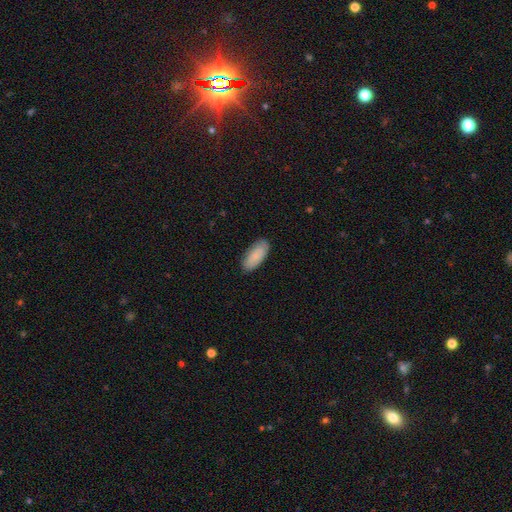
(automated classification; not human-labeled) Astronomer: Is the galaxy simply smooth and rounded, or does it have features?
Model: smooth — 83%.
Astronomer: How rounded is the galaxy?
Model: in between — 89%.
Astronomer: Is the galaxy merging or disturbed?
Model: none — 84%.